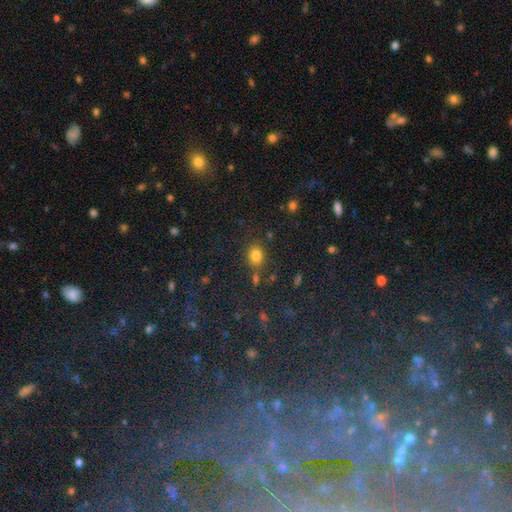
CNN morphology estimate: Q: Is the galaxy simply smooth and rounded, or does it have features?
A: smooth — 78%.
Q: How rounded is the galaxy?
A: round — 59%.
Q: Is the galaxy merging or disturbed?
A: none — 73%.